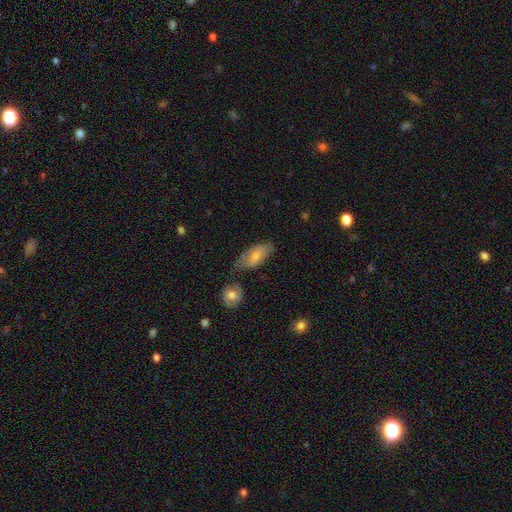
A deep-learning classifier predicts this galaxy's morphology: smooth 66%, featured or disk 27%, star or artifact 6%. Down the decision tree: how rounded — in between (88%); merging — none (51%).